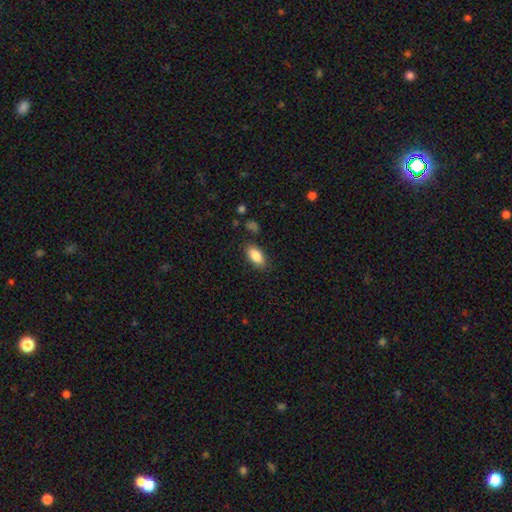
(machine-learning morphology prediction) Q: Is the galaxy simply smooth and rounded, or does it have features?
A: smooth — 86%.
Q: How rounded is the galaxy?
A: in between — 90%.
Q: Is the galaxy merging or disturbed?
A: none — 83%.